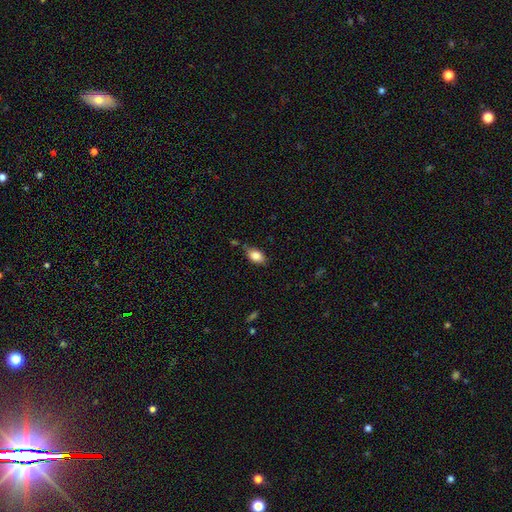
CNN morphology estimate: smooth 84%, featured or disk 8%, star or artifact 8%. Down the decision tree: how rounded — in between (86%); merging — none (68%).